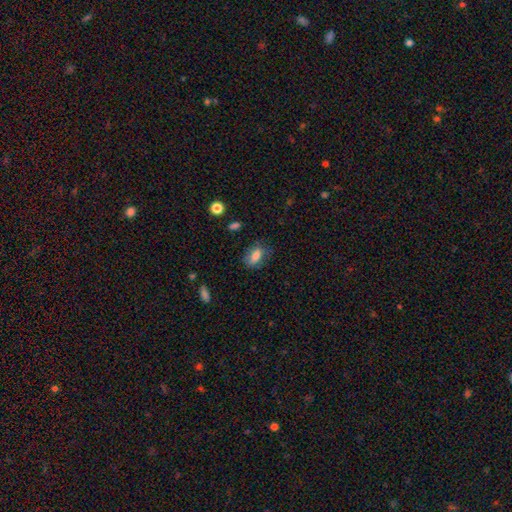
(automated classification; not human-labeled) Smooth or featured: smooth — 79% (featured or disk — 12%)
How rounded: in between — 83% (round — 9%)
Merging: none — 75% (minor disturbance — 18%)